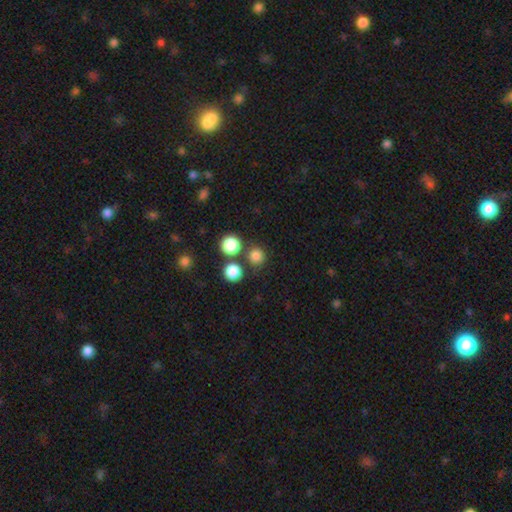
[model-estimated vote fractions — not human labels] Overall: smooth (81%). How rounded: round (91%). Merging: none (76%).